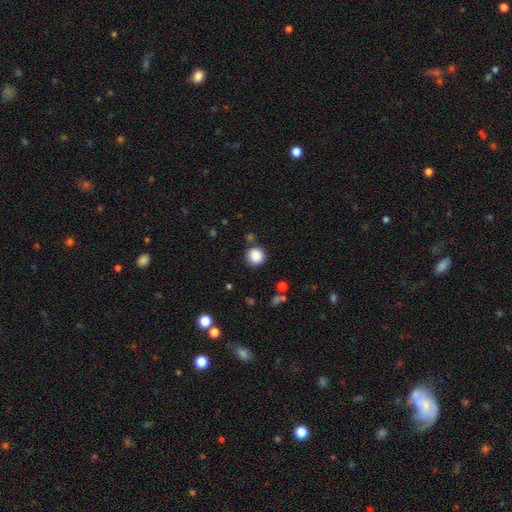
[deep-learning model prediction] The model was most divided on "merging": none: 82%, minor disturbance: 10%, merger: 5%, major disturbance: 3%. More confident: how rounded — round (91%); smooth or featured — smooth (87%).